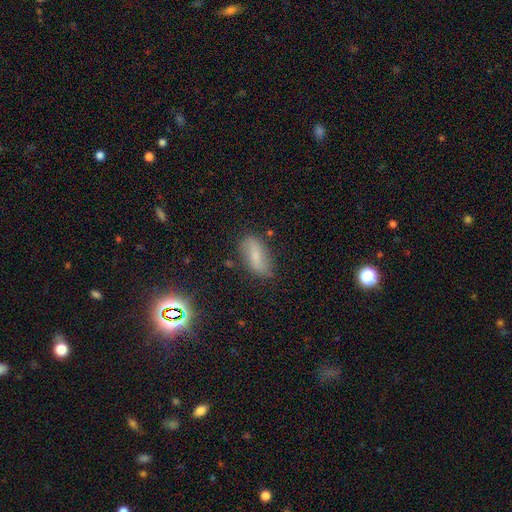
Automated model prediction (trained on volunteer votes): Smooth or featured: smooth — 54% (featured or disk — 34%)
How rounded: in between — 83% (cigar-shaped — 13%)
Merging: none — 72% (minor disturbance — 20%)